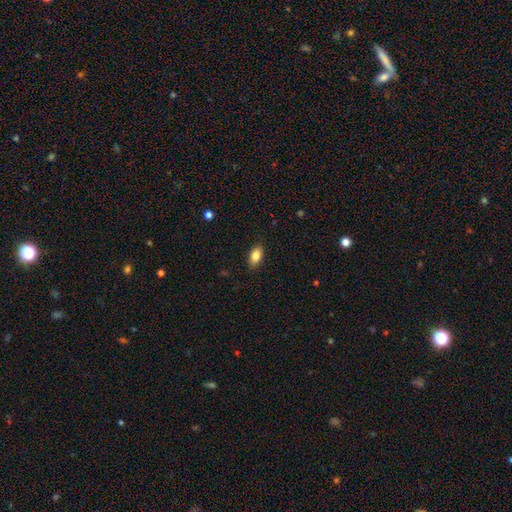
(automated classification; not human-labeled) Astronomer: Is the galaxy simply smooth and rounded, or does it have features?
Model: smooth — 84%.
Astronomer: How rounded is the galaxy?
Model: in between — 91%.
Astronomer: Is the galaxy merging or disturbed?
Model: none — 88%.